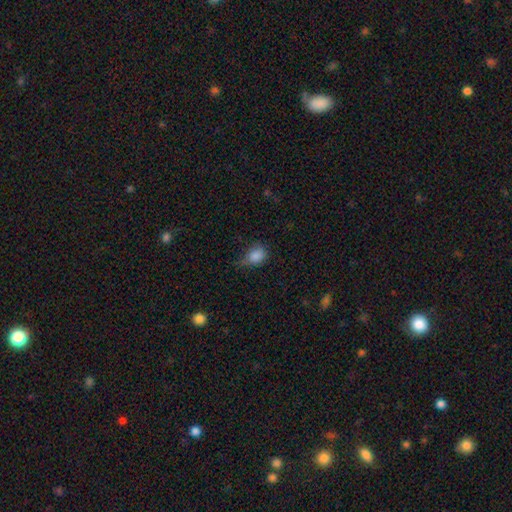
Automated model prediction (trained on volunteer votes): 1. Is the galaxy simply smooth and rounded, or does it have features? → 85% smooth, 10% star or artifact, 6% featured or disk.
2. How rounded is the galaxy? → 59% in between, 40% round, 1% cigar-shaped.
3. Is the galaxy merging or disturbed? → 45% none, 40% minor disturbance, 13% major disturbance, 2% merger.